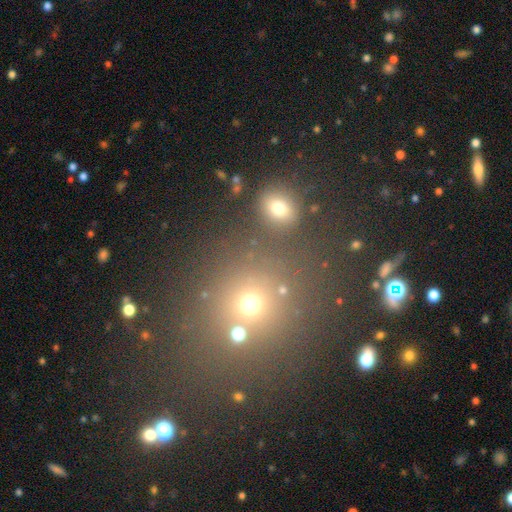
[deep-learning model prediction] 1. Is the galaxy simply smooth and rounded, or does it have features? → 50% star or artifact, 40% smooth, 10% featured or disk.